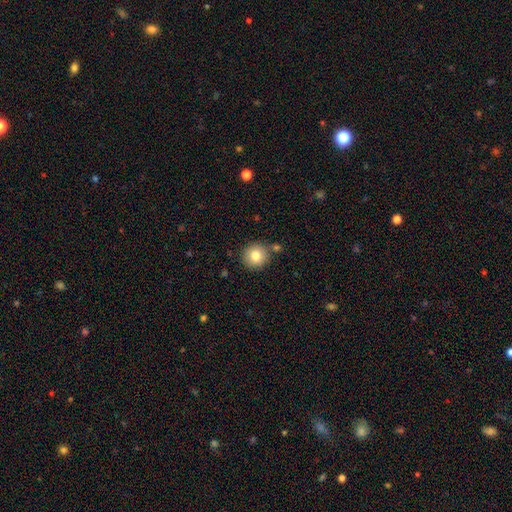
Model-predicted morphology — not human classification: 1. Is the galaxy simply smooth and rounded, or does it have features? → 81% smooth, 10% star or artifact, 9% featured or disk.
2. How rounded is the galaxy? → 93% round, 6% in between, 1% cigar-shaped.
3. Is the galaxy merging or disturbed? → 78% none, 10% minor disturbance, 9% merger, 3% major disturbance.